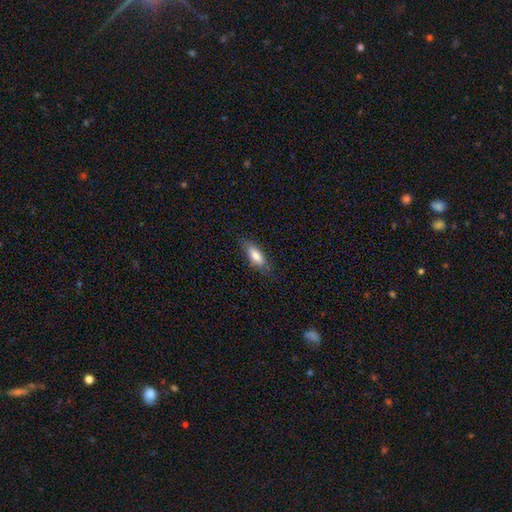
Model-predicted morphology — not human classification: This is clearly a smooth galaxy (80%). How rounded: likely in between (69%). Merging: likely none (77%).